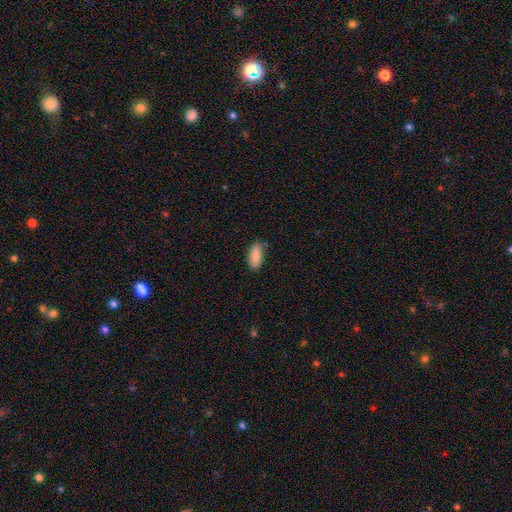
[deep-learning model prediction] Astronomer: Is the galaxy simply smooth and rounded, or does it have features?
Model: smooth — 84%.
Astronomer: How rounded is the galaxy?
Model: in between — 87%.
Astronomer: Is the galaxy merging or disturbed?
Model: none — 83%.